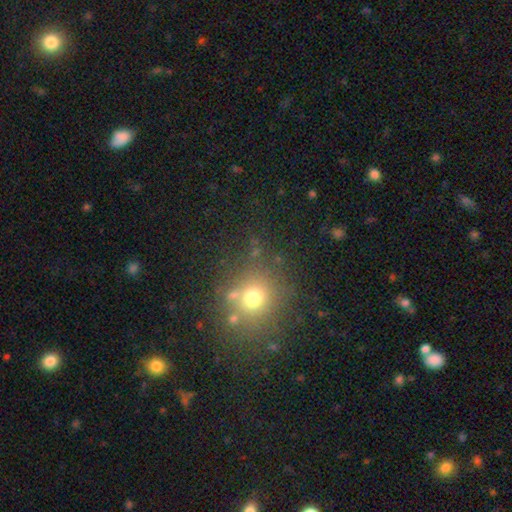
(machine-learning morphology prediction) Overall: smooth (58%; star or artifact 30%). How rounded: round (84%). Merging: none (76%).